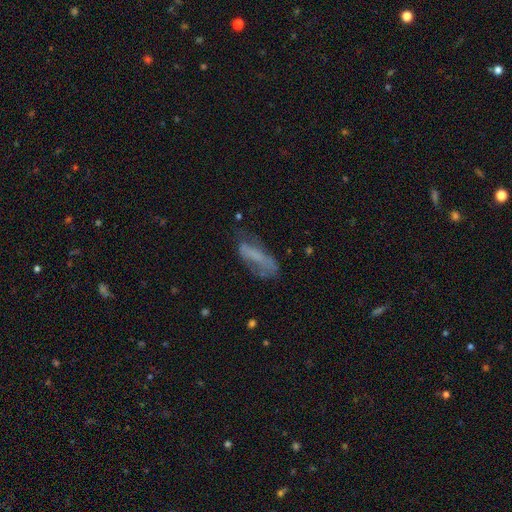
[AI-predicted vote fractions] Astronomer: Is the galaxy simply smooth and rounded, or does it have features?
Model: smooth — 52% (runner-up: featured or disk, 36%).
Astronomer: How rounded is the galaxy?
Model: in between — 54% (runner-up: cigar-shaped, 43%).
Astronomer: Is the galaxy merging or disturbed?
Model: none — 42% (runner-up: minor disturbance, 29%).